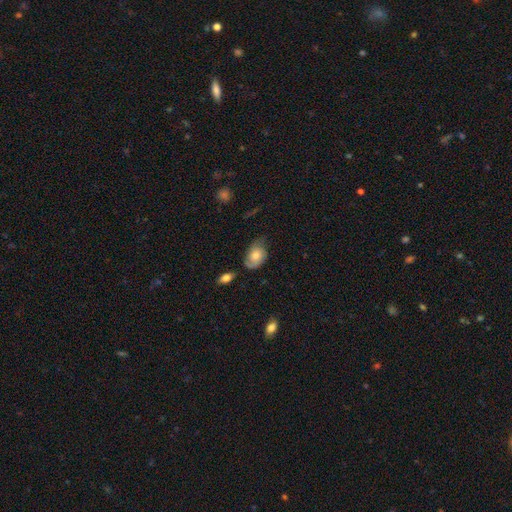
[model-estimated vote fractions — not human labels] This is possibly a smooth galaxy (54%). How rounded: clearly in between (81%). Merging: possibly none (49%).